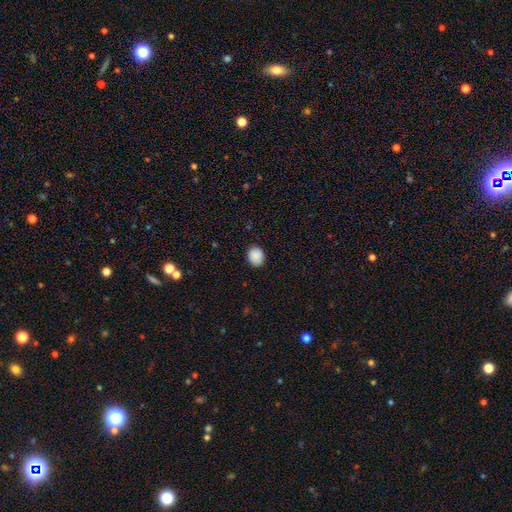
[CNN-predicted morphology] Smooth or featured? smooth (89%)
How rounded? round (61%)
Merging? none (87%)